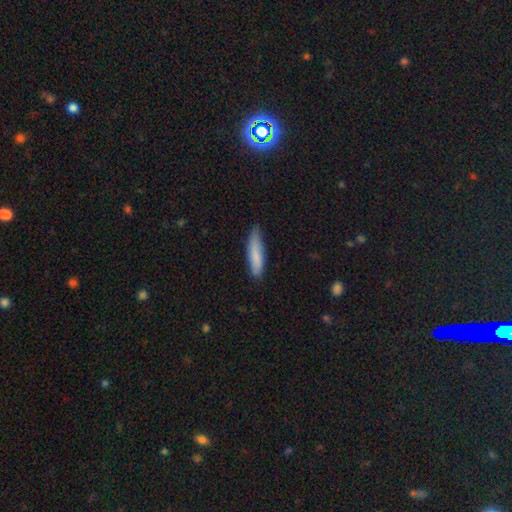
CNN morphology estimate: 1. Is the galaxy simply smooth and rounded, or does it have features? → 81% smooth, 14% featured or disk, 6% star or artifact.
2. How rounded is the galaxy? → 75% cigar-shaped, 23% in between, 1% round.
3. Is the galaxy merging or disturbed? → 69% none, 26% minor disturbance, 4% major disturbance, 2% merger.